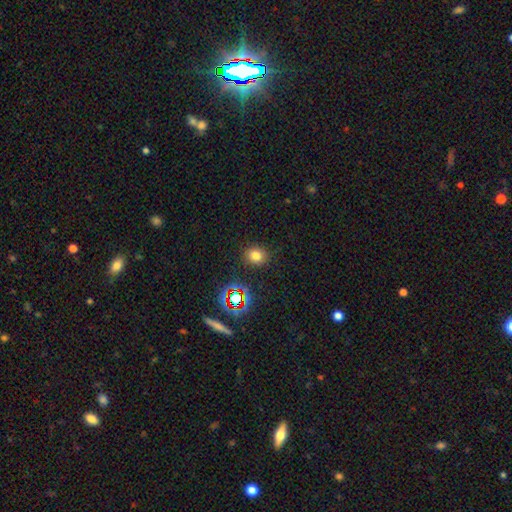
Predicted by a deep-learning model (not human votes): This is likely a smooth galaxy (74%). How rounded: likely round (71%). Merging: clearly none (87%).